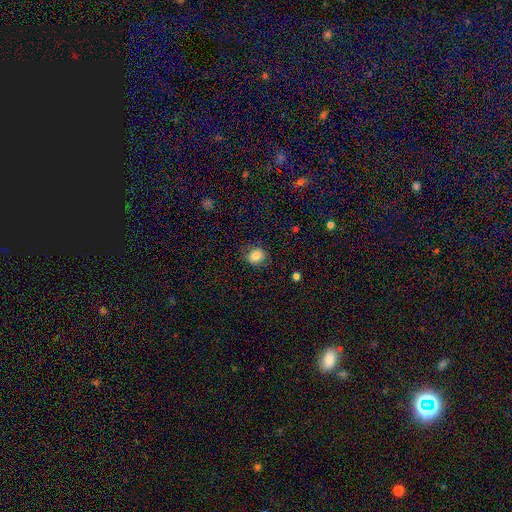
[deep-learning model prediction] The model was most divided on "how rounded": round: 63%, in between: 36%, cigar-shaped: 1%. More confident: smooth or featured — smooth (79%); merging — none (75%).